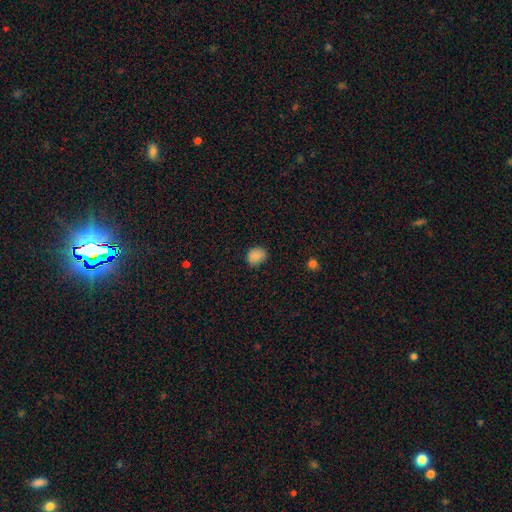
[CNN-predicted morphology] Smooth or featured?
  - smooth: 87% *
  - star or artifact: 9%
  - featured or disk: 4%
How rounded?
  - round: 53% *
  - in between: 46%
  - cigar-shaped: 1%
Merging?
  - none: 77% *
  - minor disturbance: 19%
  - major disturbance: 3%
  - merger: 1%